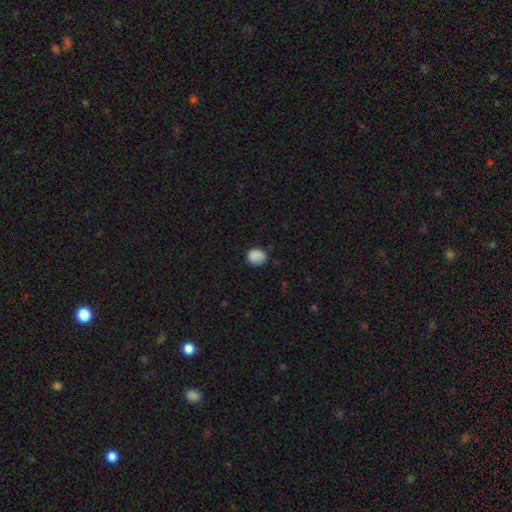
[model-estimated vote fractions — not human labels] Smooth or featured?
  - smooth: 86% *
  - star or artifact: 9%
  - featured or disk: 5%
How rounded?
  - round: 59% *
  - in between: 40%
  - cigar-shaped: 1%
Merging?
  - none: 71% *
  - minor disturbance: 23%
  - major disturbance: 5%
  - merger: 2%